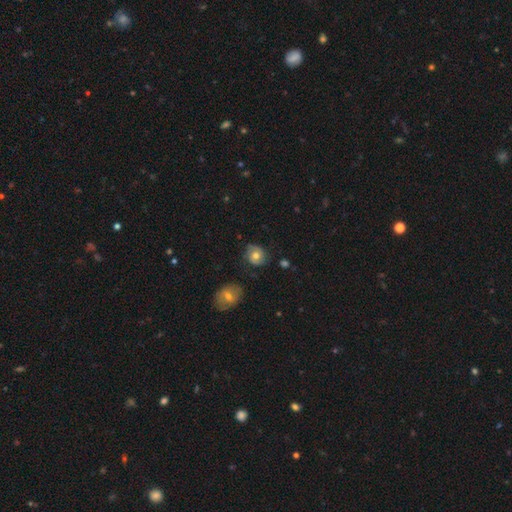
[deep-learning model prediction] smooth-or-featured: smooth: 49% | featured or disk: 42% | star or artifact: 9%
  merging: none: 69% | minor disturbance: 21% | major disturbance: 7% | merger: 2%